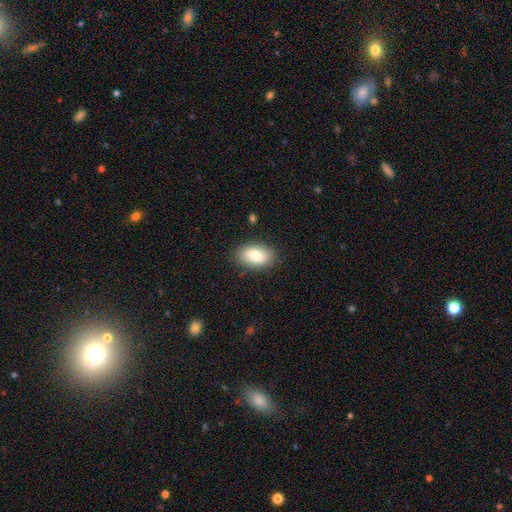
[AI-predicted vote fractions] Smooth or featured?
  - smooth: 85% *
  - featured or disk: 8%
  - star or artifact: 7%
How rounded?
  - in between: 92% *
  - round: 6%
  - cigar-shaped: 2%
Merging?
  - none: 86% *
  - minor disturbance: 10%
  - major disturbance: 3%
  - merger: 1%